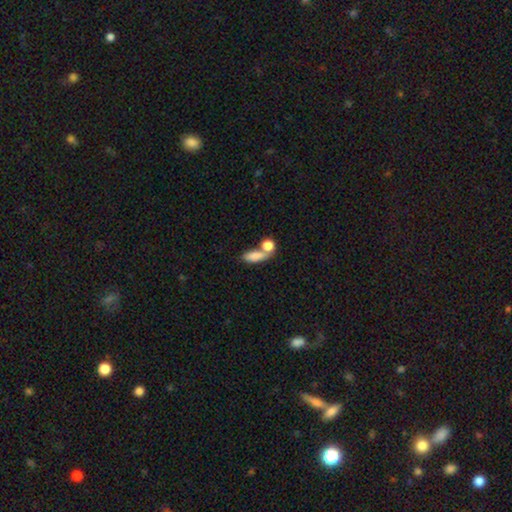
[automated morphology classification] Smooth or featured? Predicted: smooth (p=0.79). How rounded? Predicted: in between (p=0.66). Merging? Predicted: merger (p=0.40, tied with none).